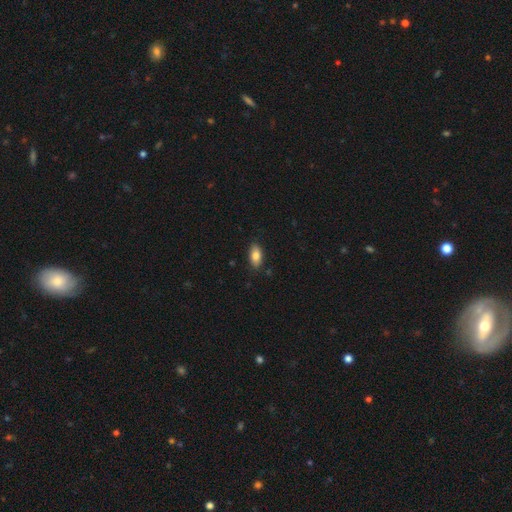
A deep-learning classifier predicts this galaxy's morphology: This is clearly a smooth galaxy (83%). How rounded: clearly in between (91%). Merging: clearly none (85%).